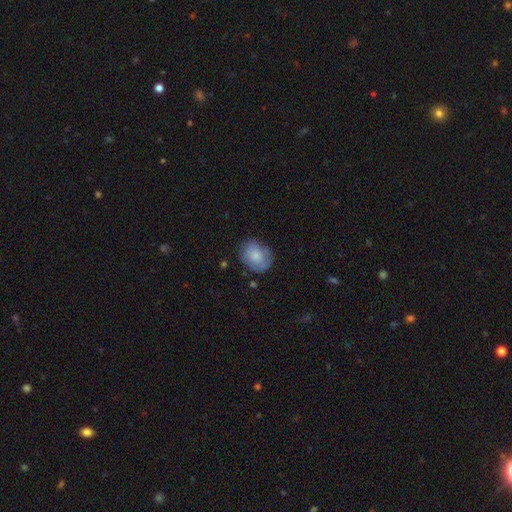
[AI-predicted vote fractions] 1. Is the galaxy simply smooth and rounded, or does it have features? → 65% smooth, 28% featured or disk, 7% star or artifact.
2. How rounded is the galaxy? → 51% round, 49% in between, 1% cigar-shaped.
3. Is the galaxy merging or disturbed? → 68% none, 23% minor disturbance, 8% major disturbance, 2% merger.